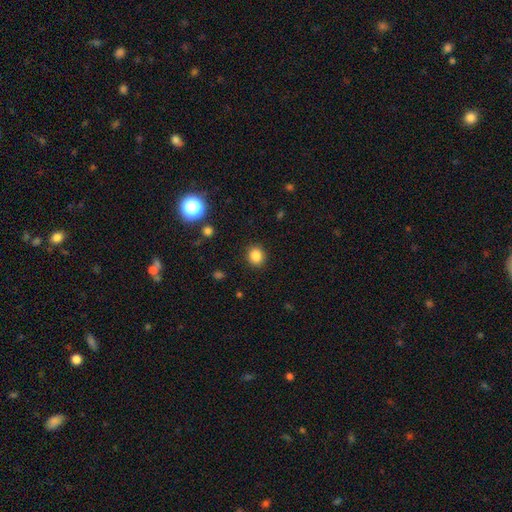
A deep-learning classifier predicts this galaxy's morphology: smooth_or_featured: smooth (p=0.85) [alt: star or artifact p=0.11]
how_rounded: round (p=0.76) [alt: in between p=0.23]
merging: none (p=0.90) [alt: minor disturbance p=0.06]